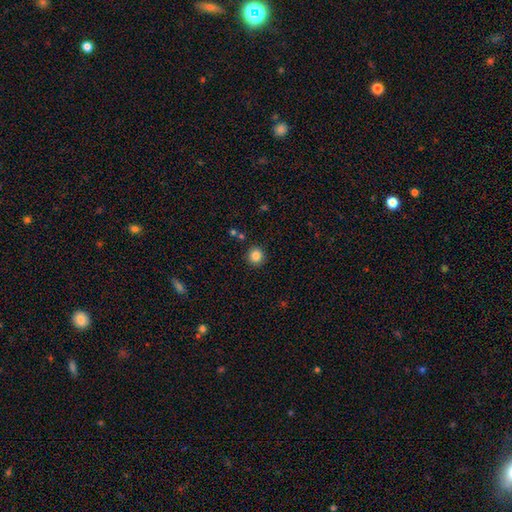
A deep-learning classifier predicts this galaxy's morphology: The model was most divided on "smooth or featured": smooth: 85%, star or artifact: 11%, featured or disk: 5%. More confident: how rounded — round (94%); merging — none (90%).